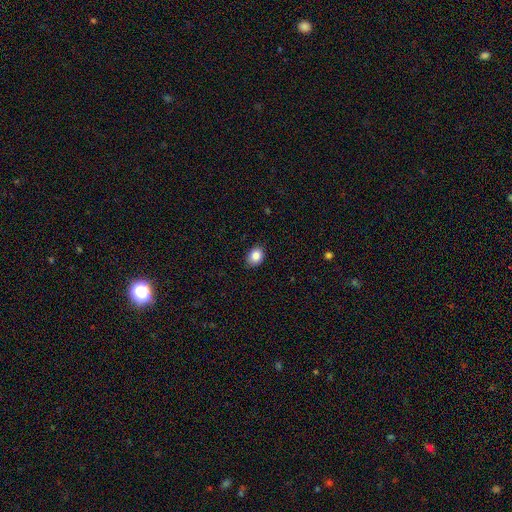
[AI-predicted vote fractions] smooth_or_featured: smooth (p=0.87) [alt: star or artifact p=0.08]
how_rounded: in between (p=0.63) [alt: round p=0.36]
merging: none (p=0.87) [alt: minor disturbance p=0.10]